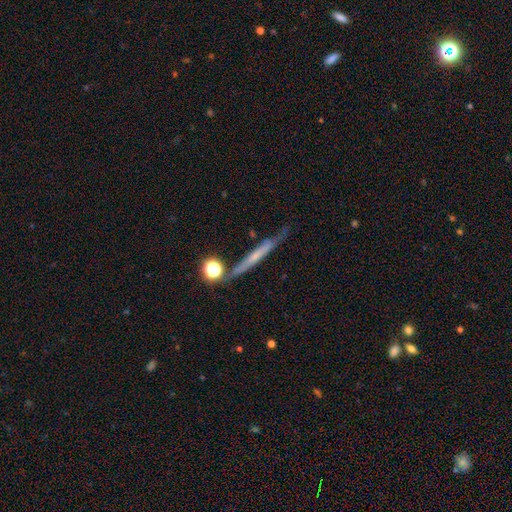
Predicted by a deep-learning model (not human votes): This is possibly a featured or disk galaxy (52%). It is clearly viewed edge-on (91%). Merging: likely none (71%).